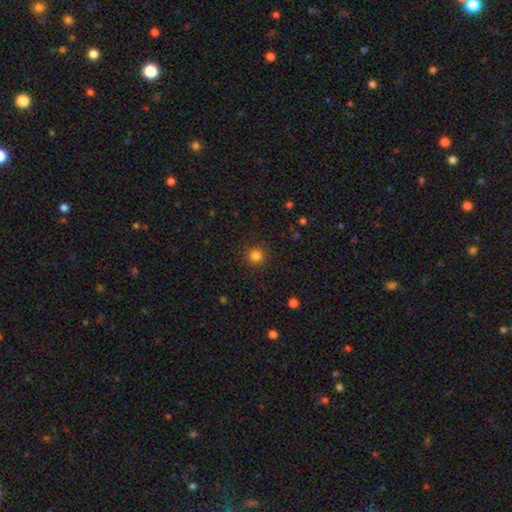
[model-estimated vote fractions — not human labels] A smooth galaxy with no disk features (83%) that is round (93%). Merging: none (90%).